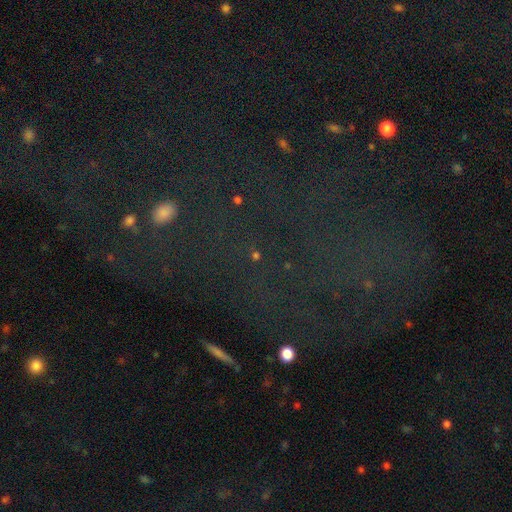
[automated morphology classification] smooth_or_featured: star or artifact (p=0.60) [alt: smooth p=0.28]